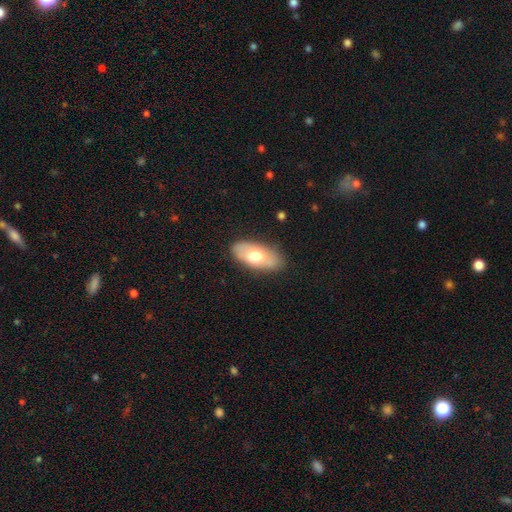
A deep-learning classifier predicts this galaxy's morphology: The model was most divided on "smooth or featured": smooth: 62%, featured or disk: 32%, star or artifact: 6%. More confident: how rounded — in between (90%); merging — none (81%).